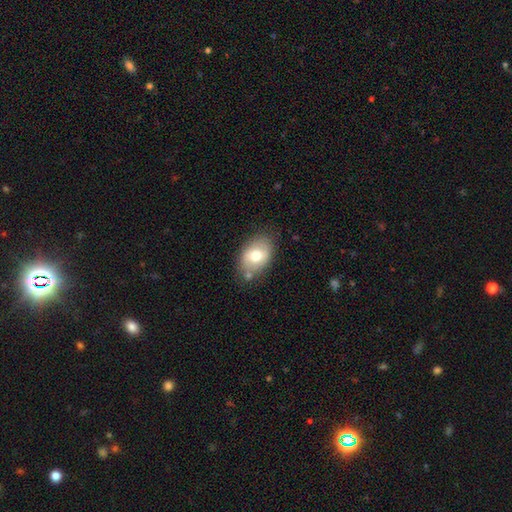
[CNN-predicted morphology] Smooth or featured: smooth — 68% (featured or disk — 25%)
How rounded: in between — 84% (round — 15%)
Merging: none — 73% (minor disturbance — 17%)